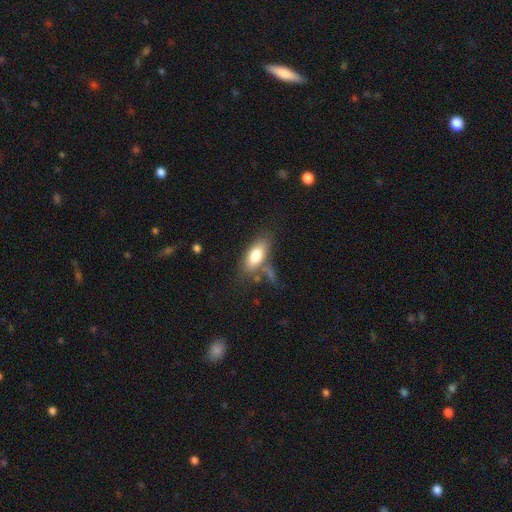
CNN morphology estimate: type=smooth (74%); roundness=in between (84%); merging=none (59%).